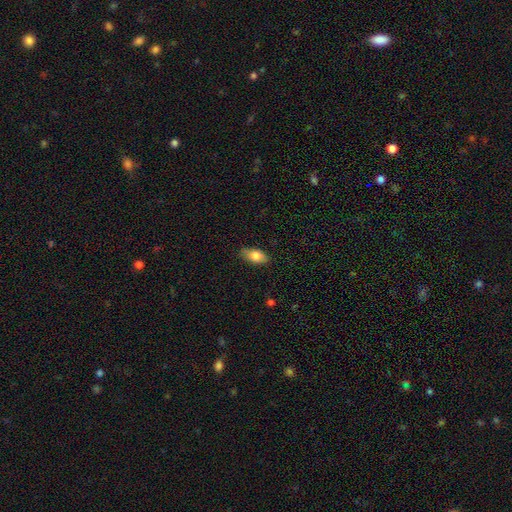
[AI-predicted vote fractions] A smooth galaxy with no disk features (81%) that is in between round and cigar-shaped (88%).

Vote fractions:
- Smooth or featured? smooth: 81% / featured or disk: 13% / star or artifact: 7%
- How rounded? in between: 88% / cigar-shaped: 7% / round: 5%
- Merging? none: 83% / minor disturbance: 14% / major disturbance: 3% / merger: 1%